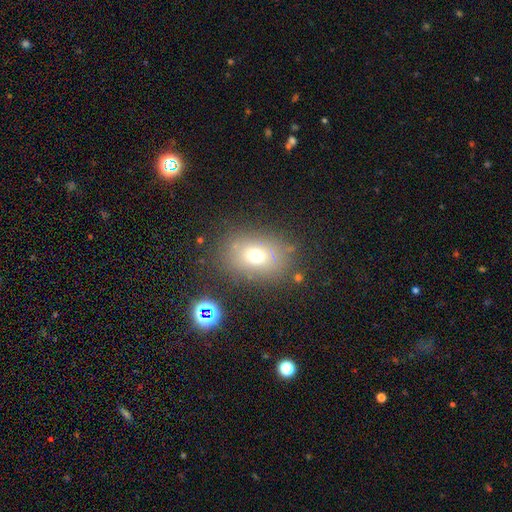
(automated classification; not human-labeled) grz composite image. It shows a smooth galaxy with no disk features (68%) that is in between round and cigar-shaped (65%). Merging: none (77%).